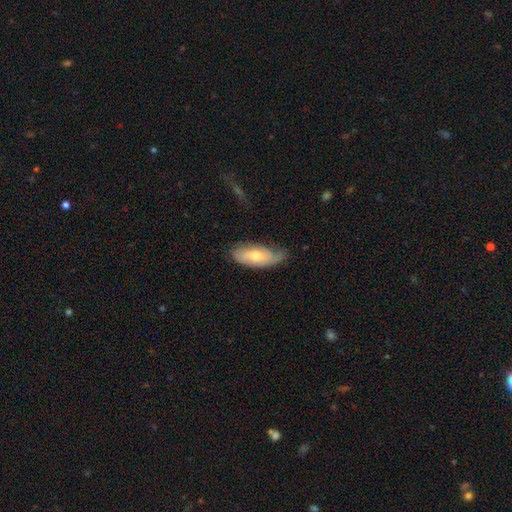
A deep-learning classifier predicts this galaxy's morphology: smooth-or-featured: featured or disk: 47% | smooth: 46% | star or artifact: 6%
  merging: none: 55% | minor disturbance: 33% | major disturbance: 10% | merger: 2%